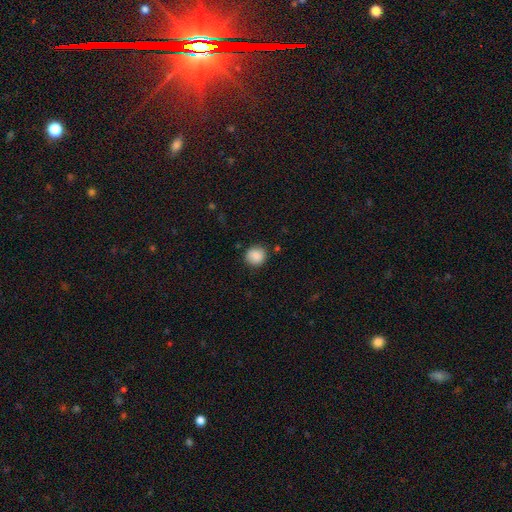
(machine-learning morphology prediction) smooth 87%, star or artifact 8%, featured or disk 4%. Down the decision tree: how rounded — round (88%); merging — none (85%).